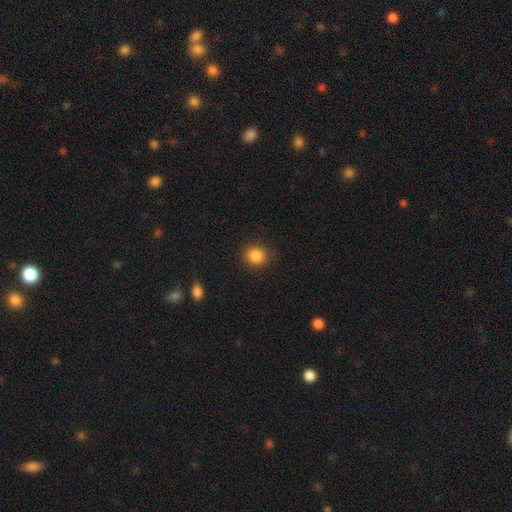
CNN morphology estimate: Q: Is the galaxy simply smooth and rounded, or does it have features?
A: smooth — 86%.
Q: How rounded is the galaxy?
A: round — 86%.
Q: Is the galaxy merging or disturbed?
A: none — 88%.